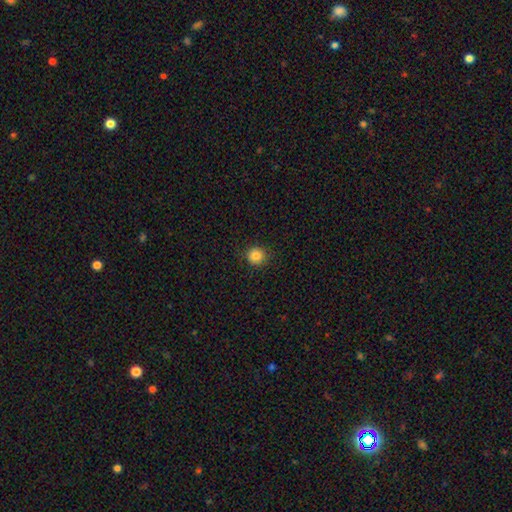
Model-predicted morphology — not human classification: smooth 83%, star or artifact 11%, featured or disk 5%. Down the decision tree: how rounded — round (94%); merging — none (90%).